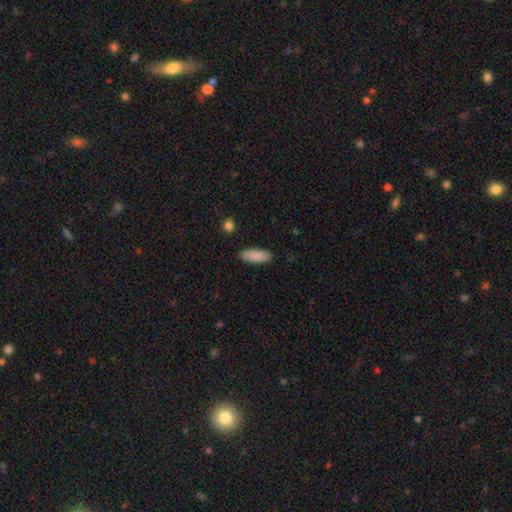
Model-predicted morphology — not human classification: The model was most divided on "how rounded": in between: 75%, cigar-shaped: 23%, round: 2%. More confident: smooth or featured — smooth (89%); merging — none (88%).